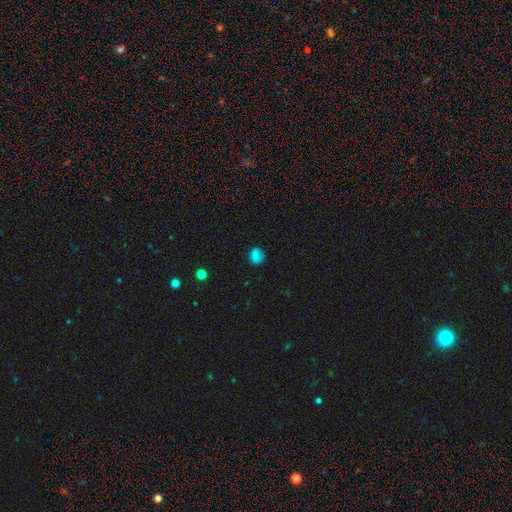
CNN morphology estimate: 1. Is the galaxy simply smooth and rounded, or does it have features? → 80% smooth, 13% star or artifact, 7% featured or disk.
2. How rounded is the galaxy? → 66% round, 33% in between, 2% cigar-shaped.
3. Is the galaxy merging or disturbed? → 81% none, 14% minor disturbance, 4% major disturbance, 2% merger.